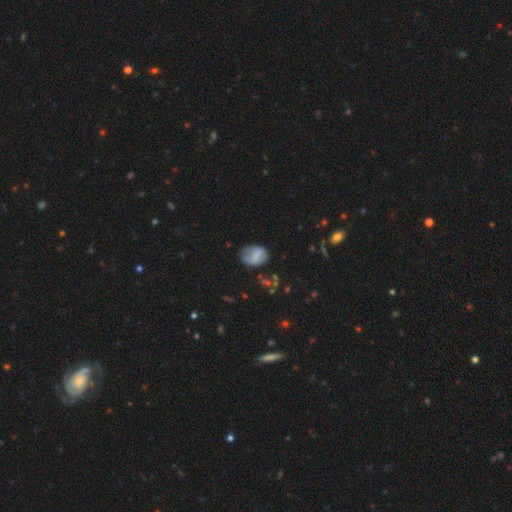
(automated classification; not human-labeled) Overall: smooth (61%; featured or disk 30%). How rounded: in between (73%). Merging: none (63%; minor disturbance 25%).